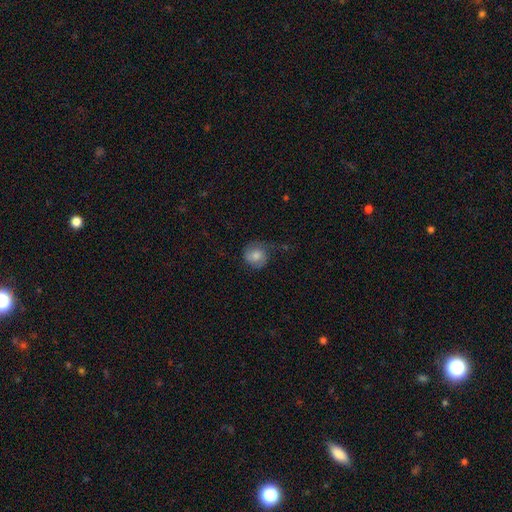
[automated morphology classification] Smooth or featured: smooth — 64% (featured or disk — 28%)
How rounded: round — 82% (in between — 17%)
Merging: none — 50% (minor disturbance — 27%)